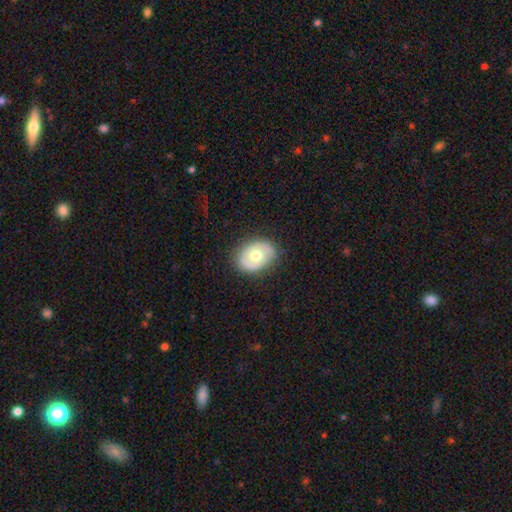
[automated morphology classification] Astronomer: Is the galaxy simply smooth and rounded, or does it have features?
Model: featured or disk — 48% (runner-up: smooth, 46%).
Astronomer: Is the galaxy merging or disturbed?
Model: none — 82%.